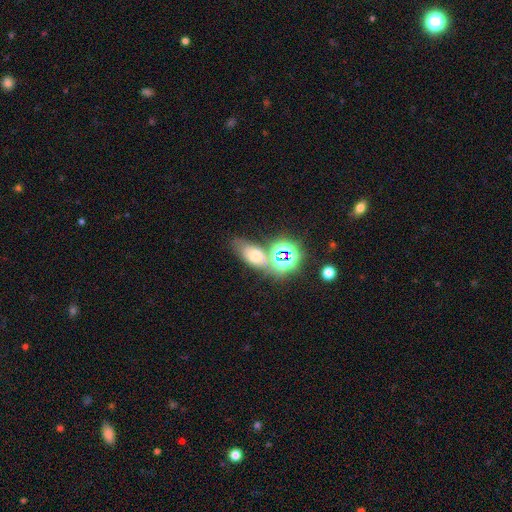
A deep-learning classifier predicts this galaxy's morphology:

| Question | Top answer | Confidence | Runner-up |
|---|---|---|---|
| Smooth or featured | smooth | 48% | star or artifact (35%) |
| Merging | none | 53% | merger (24%) |